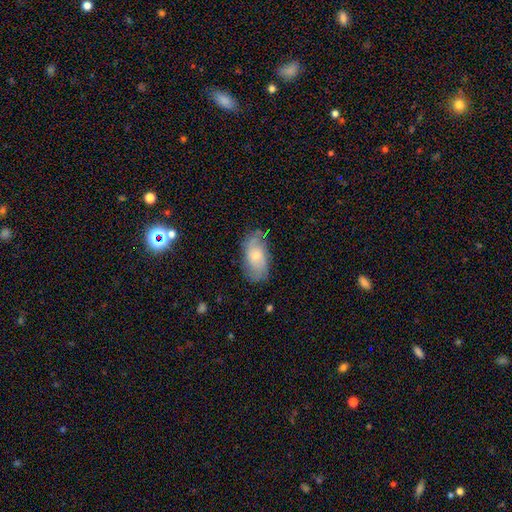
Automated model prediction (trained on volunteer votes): This appears to be a featured or disk galaxy (47%). Merging: none (72%).